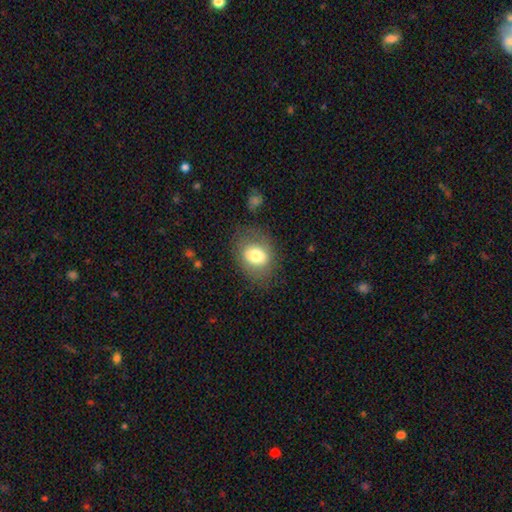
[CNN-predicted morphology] smooth_or_featured: smooth (p=0.72) [alt: featured or disk p=0.20]
how_rounded: in between (p=0.61) [alt: round p=0.38]
merging: none (p=0.74) [alt: minor disturbance p=0.16]